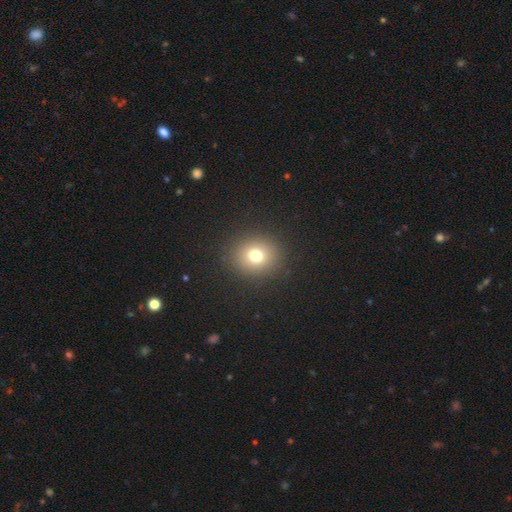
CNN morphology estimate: Smooth or featured? smooth (73%)
How rounded? round (83%)
Merging? none (90%)